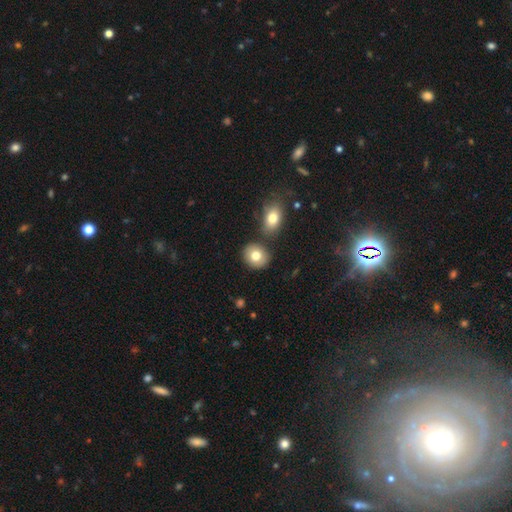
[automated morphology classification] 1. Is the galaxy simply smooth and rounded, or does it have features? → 79% smooth, 12% featured or disk, 9% star or artifact.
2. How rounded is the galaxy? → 67% round, 32% in between, 1% cigar-shaped.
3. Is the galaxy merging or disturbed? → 76% none, 11% merger, 9% minor disturbance, 3% major disturbance.